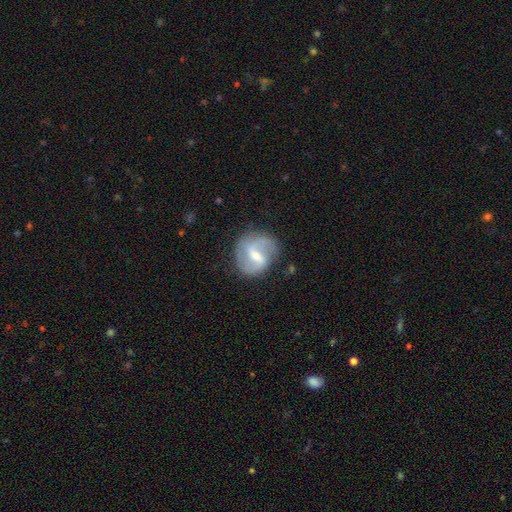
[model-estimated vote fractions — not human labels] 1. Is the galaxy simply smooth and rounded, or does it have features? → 82% featured or disk, 12% smooth, 6% star or artifact.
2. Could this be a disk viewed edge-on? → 97% no, 3% yes.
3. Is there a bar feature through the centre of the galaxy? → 51% weak, 37% strong, 12% no.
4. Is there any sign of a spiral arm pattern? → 92% yes, 8% no.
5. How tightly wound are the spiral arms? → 45% medium, 37% loose, 17% tight.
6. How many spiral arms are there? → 85% 2, 6% can't tell, 5% 1, 2% 3, 1% 4, 1% more than 4.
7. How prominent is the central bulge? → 47% small, 45% moderate, 4% none, 3% large, 1% dominant.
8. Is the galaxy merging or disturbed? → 74% none, 17% minor disturbance, 7% major disturbance, 2% merger.